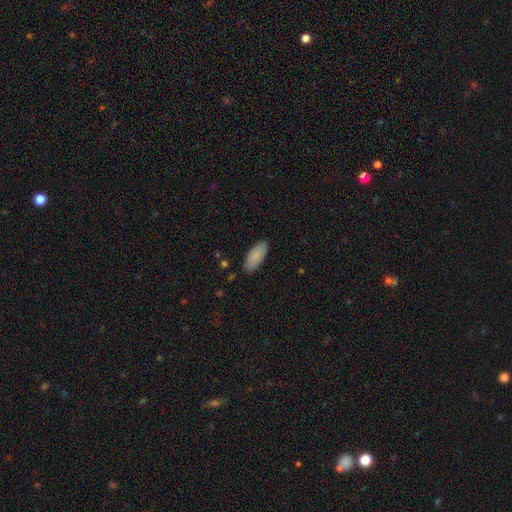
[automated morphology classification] Q: Smooth or featured?
A: smooth (86%); runner-up: featured or disk (8%)
Q: How rounded?
A: in between (85%); runner-up: cigar-shaped (14%)
Q: Merging?
A: none (87%); runner-up: minor disturbance (10%)